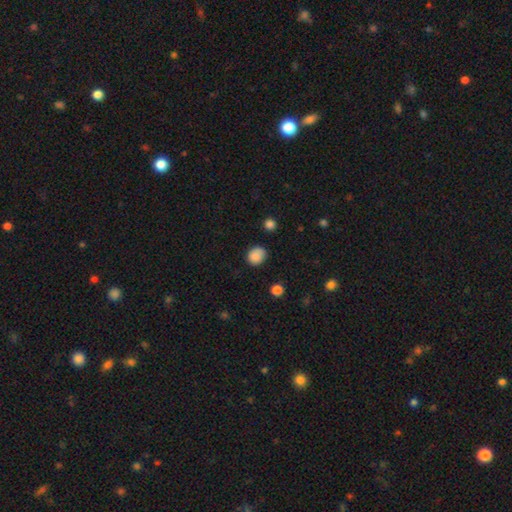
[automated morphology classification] A smooth galaxy with no disk features (86%) that is round (63%). Merging: none (74%).